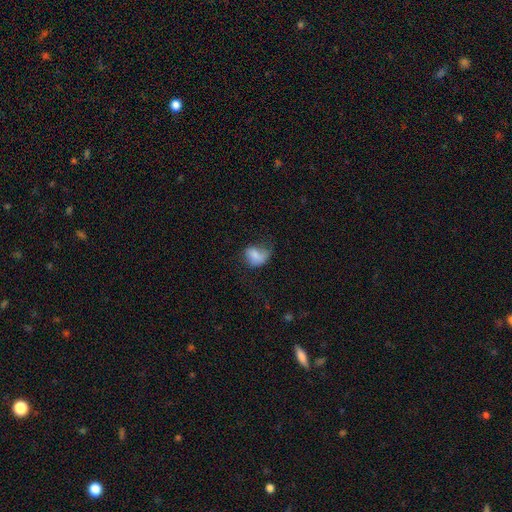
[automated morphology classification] A smooth galaxy with no disk features (70%) that is in between round and cigar-shaped (70%).

Vote fractions:
- Smooth or featured? smooth: 70% / featured or disk: 21% / star or artifact: 9%
- How rounded? in between: 70% / round: 29% / cigar-shaped: 1%
- Merging? major disturbance: 37% / minor disturbance: 32% / none: 28% / merger: 3%